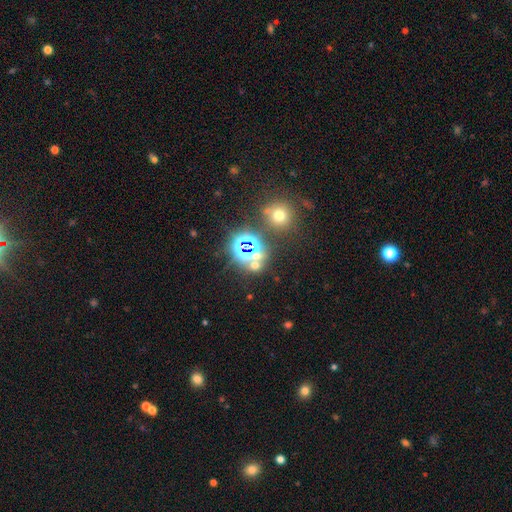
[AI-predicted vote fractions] Morphology: type=star or artifact (63%).